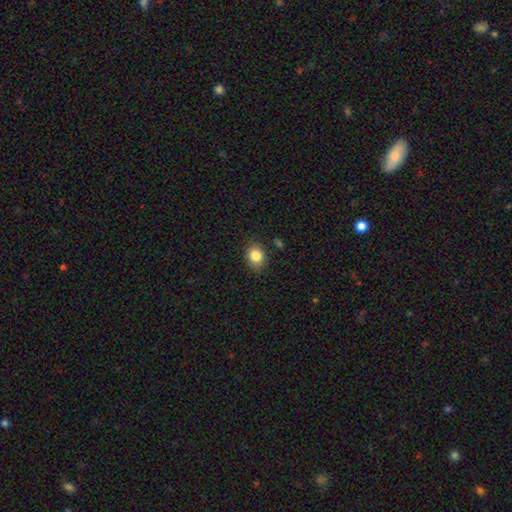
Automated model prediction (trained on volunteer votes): Q: Smooth or featured?
A: smooth (83%); runner-up: star or artifact (10%)
Q: How rounded?
A: round (50%); runner-up: in between (49%)
Q: Merging?
A: none (84%); runner-up: minor disturbance (12%)